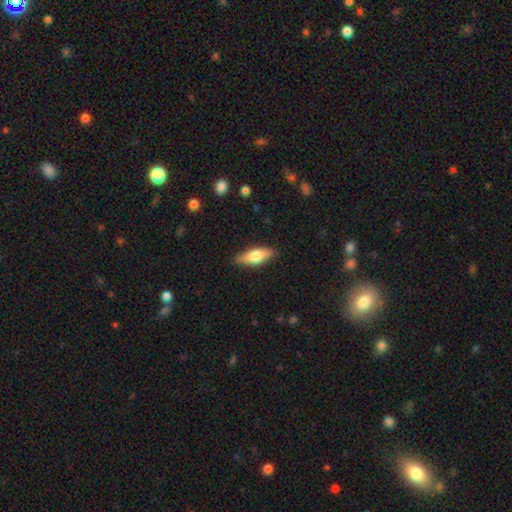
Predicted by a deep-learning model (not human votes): Smooth or featured?
  - smooth: 68% *
  - featured or disk: 26%
  - star or artifact: 6%
How rounded?
  - in between: 64% *
  - cigar-shaped: 34%
  - round: 2%
Merging?
  - none: 86% *
  - minor disturbance: 11%
  - major disturbance: 2%
  - merger: 1%